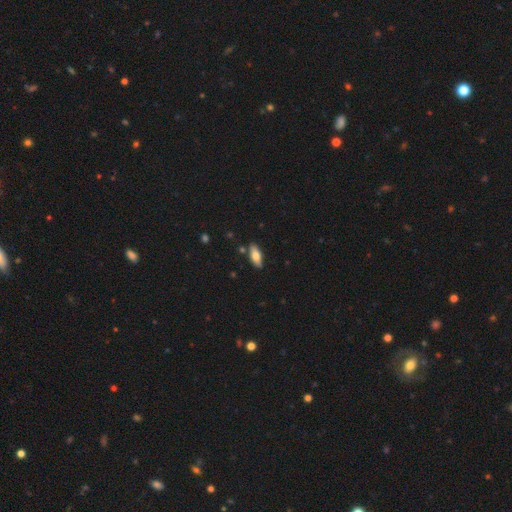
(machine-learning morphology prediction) Smooth or featured? smooth (71%)
How rounded? in between (76%)
Merging? none (84%)